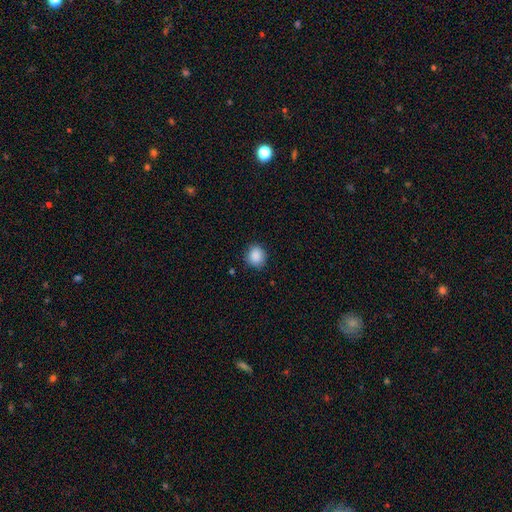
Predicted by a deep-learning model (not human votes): smooth-or-featured: smooth: 89% | star or artifact: 8% | featured or disk: 3%
  how-rounded: round: 79% | in between: 20% | cigar-shaped: 1%
  merging: none: 85% | minor disturbance: 11% | major disturbance: 3% | merger: 1%